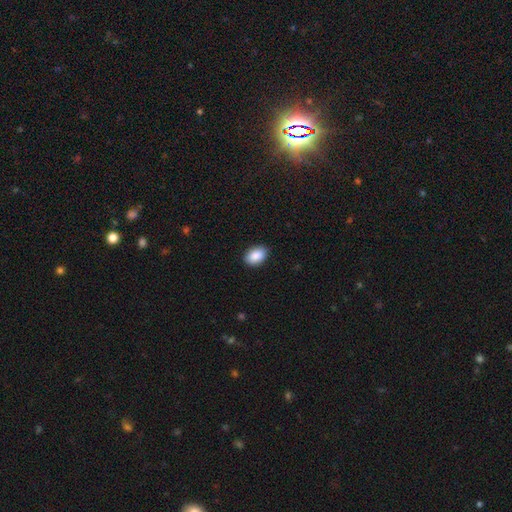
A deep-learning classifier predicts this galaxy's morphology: smooth-or-featured: smooth: 90% | star or artifact: 7% | featured or disk: 4%
  how-rounded: in between: 87% | round: 11% | cigar-shaped: 1%
  merging: none: 88% | minor disturbance: 9% | major disturbance: 2% | merger: 1%